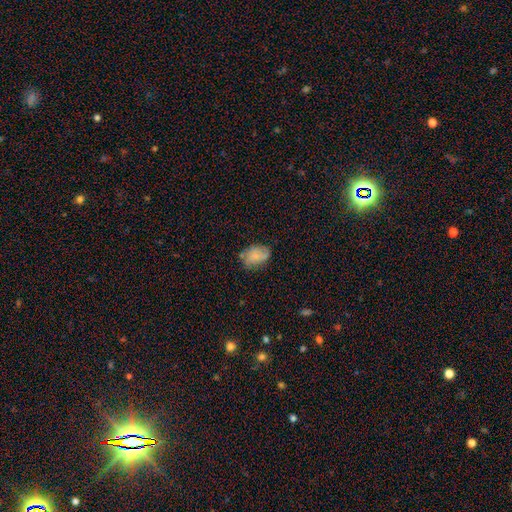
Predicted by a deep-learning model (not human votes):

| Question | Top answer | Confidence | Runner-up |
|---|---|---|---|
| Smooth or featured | smooth | 63% | featured or disk (28%) |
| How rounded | in between | 78% | round (21%) |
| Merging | none | 66% | minor disturbance (24%) |